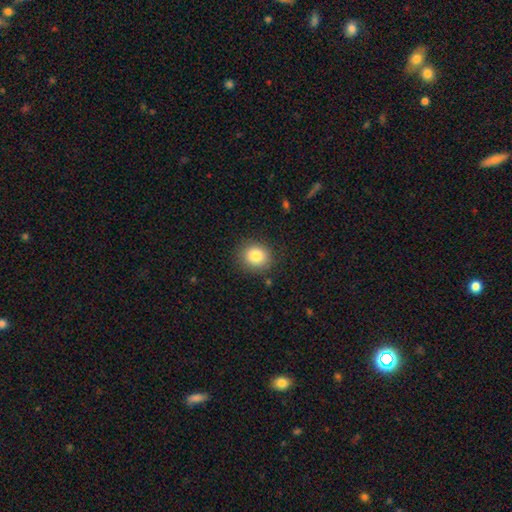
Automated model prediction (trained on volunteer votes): This is clearly a smooth galaxy (83%). How rounded: clearly round (82%). Merging: clearly none (88%).